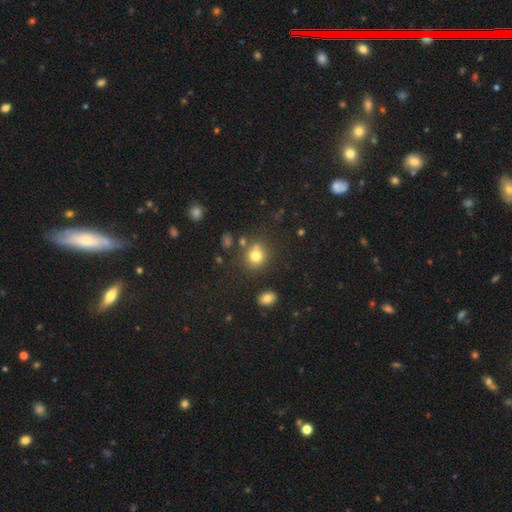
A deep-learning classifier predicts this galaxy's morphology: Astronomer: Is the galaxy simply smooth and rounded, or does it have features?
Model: smooth — 77%.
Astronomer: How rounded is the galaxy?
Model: round — 82%.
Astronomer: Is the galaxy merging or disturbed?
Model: none — 71%.